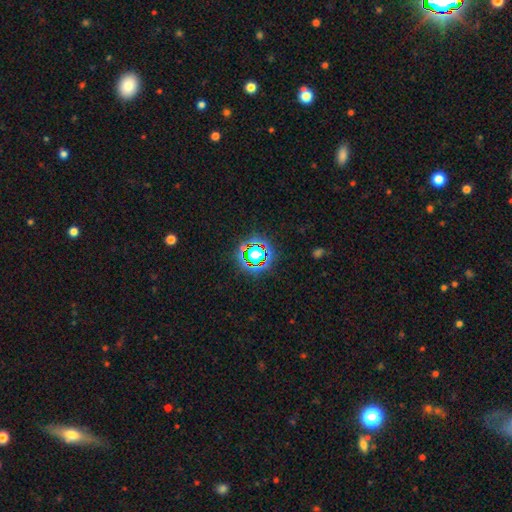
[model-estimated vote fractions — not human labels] A star or artifact, not a galaxy (69%).